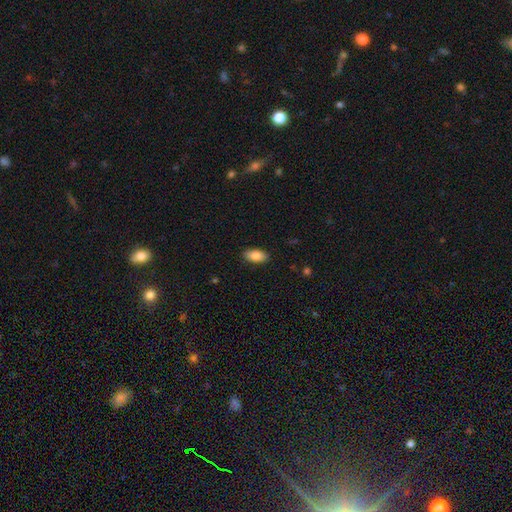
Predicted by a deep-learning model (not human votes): smooth-or-featured: smooth: 86% | featured or disk: 7% | star or artifact: 7%
  how-rounded: in between: 92% | cigar-shaped: 5% | round: 3%
  merging: none: 88% | minor disturbance: 9% | major disturbance: 2% | merger: 1%